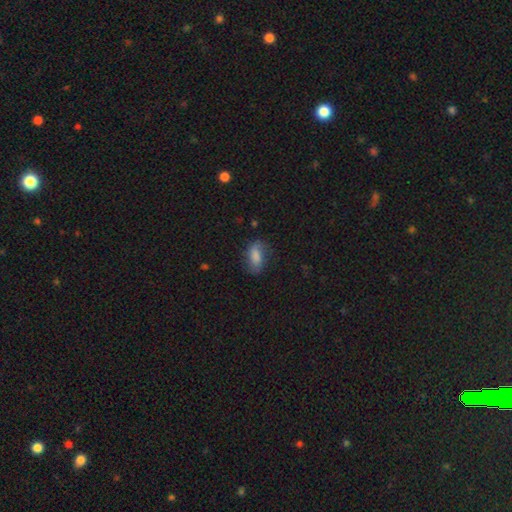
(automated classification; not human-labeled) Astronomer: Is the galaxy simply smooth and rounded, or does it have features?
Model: smooth — 69%.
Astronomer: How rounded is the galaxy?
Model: in between — 84%.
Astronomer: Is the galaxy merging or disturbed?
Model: none — 65%.